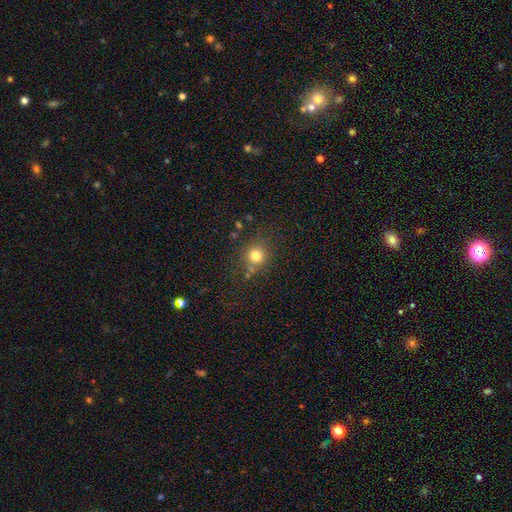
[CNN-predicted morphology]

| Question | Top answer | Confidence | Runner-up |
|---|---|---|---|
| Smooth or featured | smooth | 77% | star or artifact (15%) |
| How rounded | round | 86% | in between (13%) |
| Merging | none | 77% | minor disturbance (12%) |